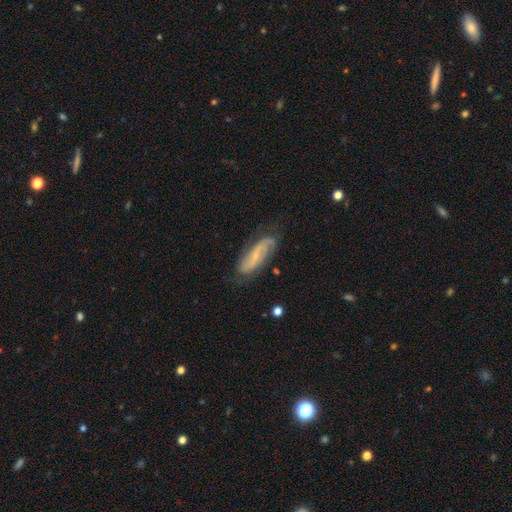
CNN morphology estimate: type=featured or disk (74%); edge-on=no (89%); bar=no (42%); spiral arms=yes (92%); winding=medium (39%); arm count=2 (84%); bulge=small (75%); merging=none (73%).